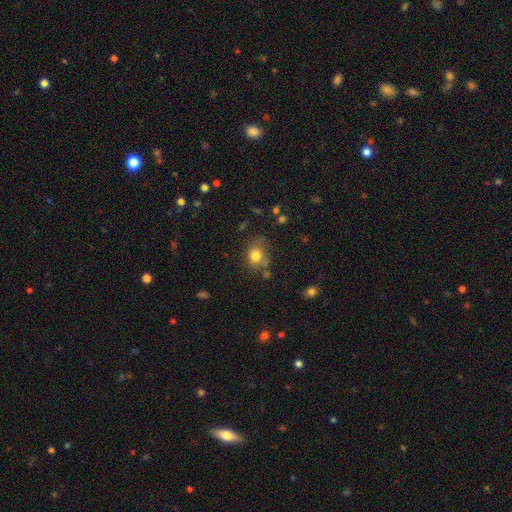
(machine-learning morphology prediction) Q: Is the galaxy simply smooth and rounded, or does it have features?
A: smooth — 79%.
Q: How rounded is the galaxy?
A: round — 69%.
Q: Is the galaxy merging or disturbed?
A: none — 62%.